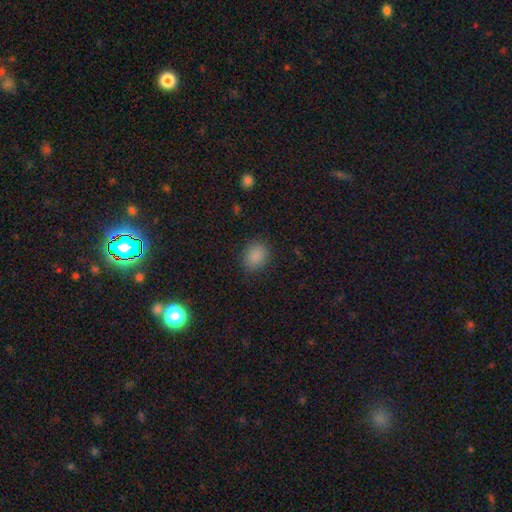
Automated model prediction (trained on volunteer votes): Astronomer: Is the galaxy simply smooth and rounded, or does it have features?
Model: smooth — 86%.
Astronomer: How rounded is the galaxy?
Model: round — 54% (runner-up: in between, 45%).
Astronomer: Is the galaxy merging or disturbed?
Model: none — 85%.